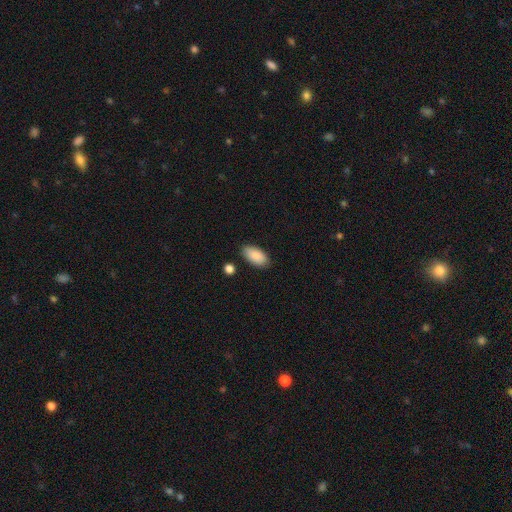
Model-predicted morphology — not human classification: smooth_or_featured: smooth (p=0.87) [alt: featured or disk p=0.06]
how_rounded: in between (p=0.94) [alt: cigar-shaped p=0.03]
merging: none (p=0.84) [alt: minor disturbance p=0.12]